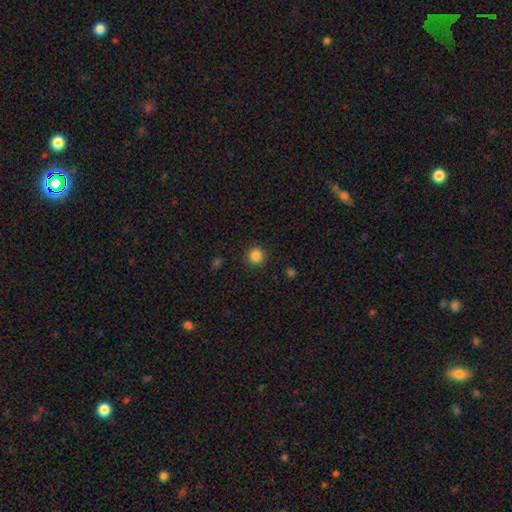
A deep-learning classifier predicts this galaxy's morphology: A smooth galaxy with no disk features (86%) that is round (95%).

Vote fractions:
- Smooth or featured? smooth: 86% / star or artifact: 11% / featured or disk: 3%
- How rounded? round: 95% / in between: 4% / cigar-shaped: 1%
- Merging? none: 91% / minor disturbance: 5% / major disturbance: 2% / merger: 1%